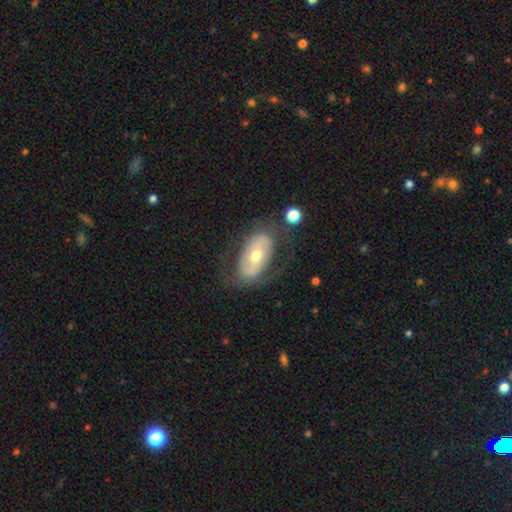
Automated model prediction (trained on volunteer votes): Morphology: type=featured or disk (63%); edge-on=no (92%); bar=no (48%); spiral arms=no (55%); bulge=moderate (63%); merging=none (67%).